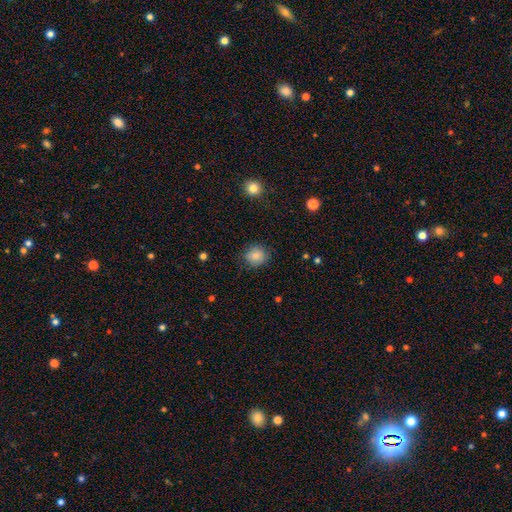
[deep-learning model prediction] smooth_or_featured: smooth (p=0.86) [alt: star or artifact p=0.09]
how_rounded: round (p=0.81) [alt: in between p=0.18]
merging: none (p=0.82) [alt: minor disturbance p=0.13]